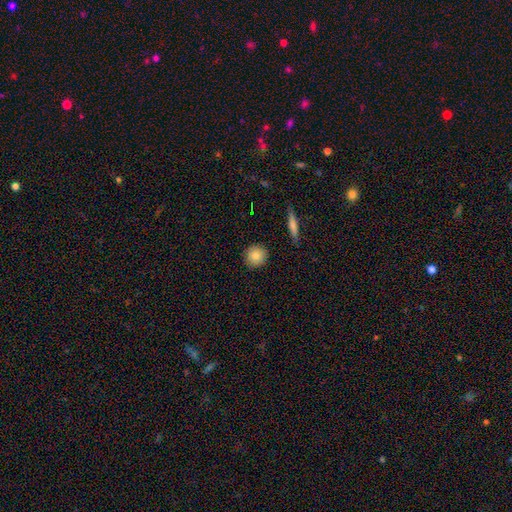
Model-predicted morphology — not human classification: Q: Smooth or featured?
A: smooth (82%); runner-up: featured or disk (10%)
Q: How rounded?
A: round (92%); runner-up: in between (7%)
Q: Merging?
A: none (90%); runner-up: minor disturbance (7%)